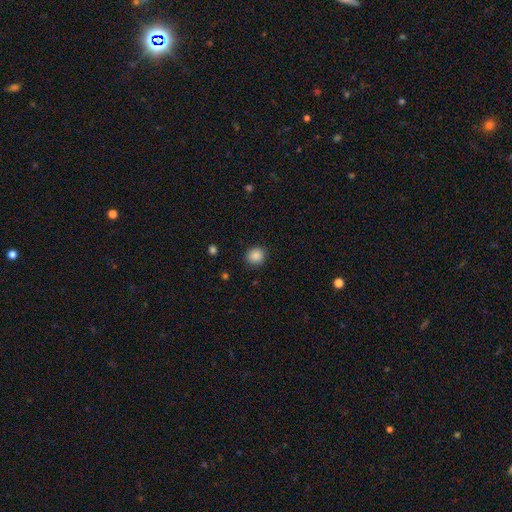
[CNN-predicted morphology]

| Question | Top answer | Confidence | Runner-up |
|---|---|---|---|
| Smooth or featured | smooth | 87% | star or artifact (9%) |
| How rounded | round | 85% | in between (14%) |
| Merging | none | 89% | minor disturbance (7%) |